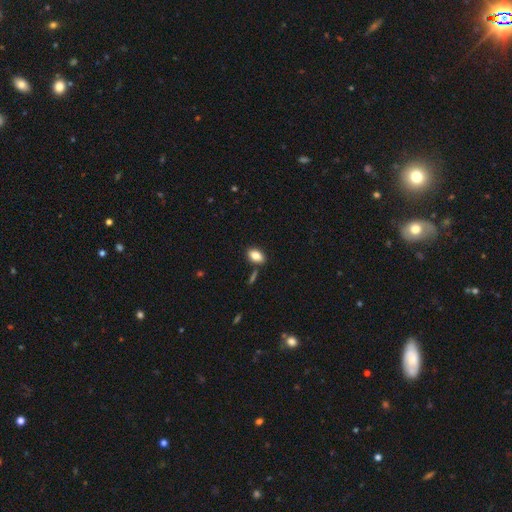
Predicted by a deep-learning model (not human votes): Morphology: type=smooth (84%); roundness=in between (89%); merging=none (81%).